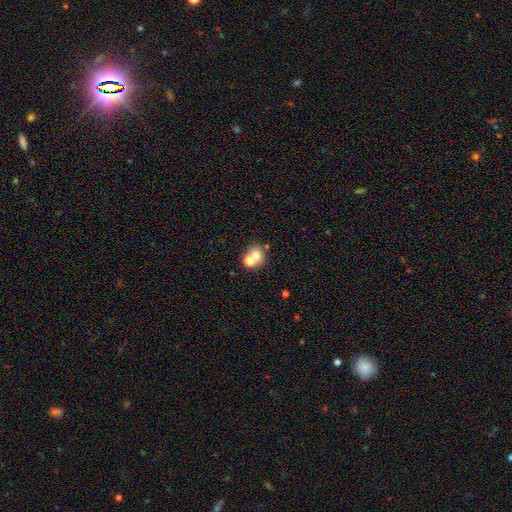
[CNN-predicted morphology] Q: Smooth or featured?
A: smooth (66%); runner-up: featured or disk (21%)
Q: How rounded?
A: round (78%); runner-up: in between (21%)
Q: Merging?
A: merger (46%); runner-up: none (44%)